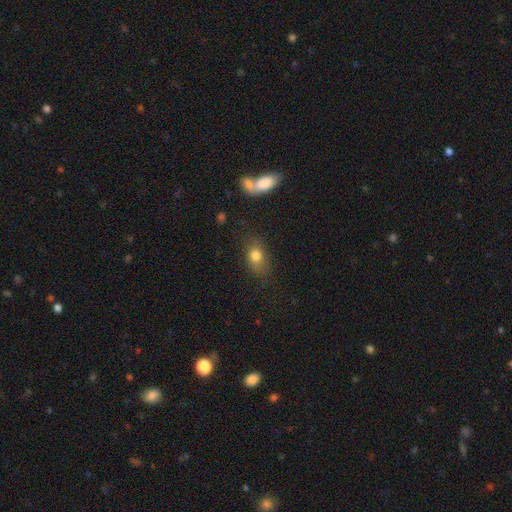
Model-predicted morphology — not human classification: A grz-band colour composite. It shows a smooth galaxy with no disk features (77%) that is in between round and cigar-shaped (69%). Merging: none (72%).